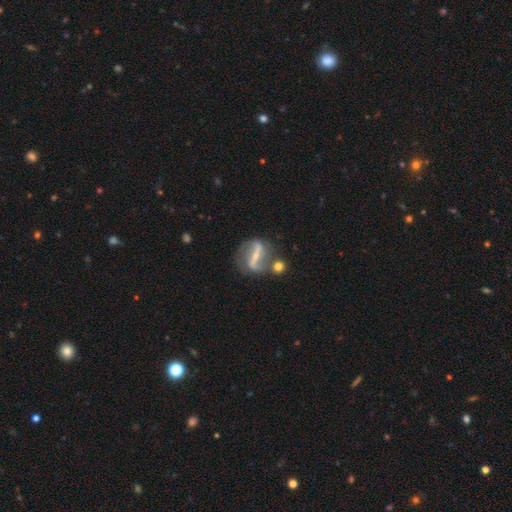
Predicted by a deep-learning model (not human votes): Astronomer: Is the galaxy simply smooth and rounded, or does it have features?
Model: featured or disk — 80%.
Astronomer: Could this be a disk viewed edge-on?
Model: no — 93%.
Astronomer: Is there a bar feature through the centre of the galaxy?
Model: strong — 71%.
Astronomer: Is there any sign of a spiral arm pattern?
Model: yes — 82%.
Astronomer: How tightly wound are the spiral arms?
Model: loose — 64%.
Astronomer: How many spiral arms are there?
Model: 2 — 88%.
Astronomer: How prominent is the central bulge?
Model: small — 57%.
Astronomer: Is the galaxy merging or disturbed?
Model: none — 62%.